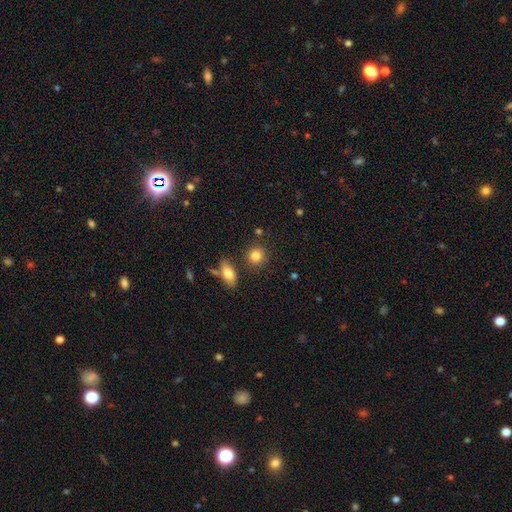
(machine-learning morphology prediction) A smooth galaxy with no disk features (83%) that is round (85%).

Vote fractions:
- Smooth or featured? smooth: 83% / star or artifact: 10% / featured or disk: 7%
- How rounded? round: 85% / in between: 14% / cigar-shaped: 1%
- Merging? none: 81% / minor disturbance: 9% / merger: 7% / major disturbance: 3%